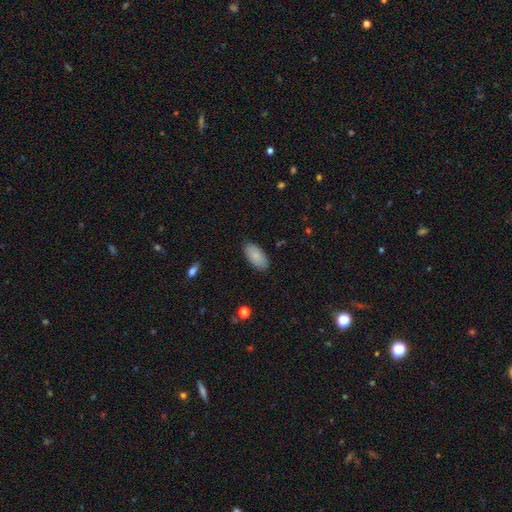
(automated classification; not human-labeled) Q: Smooth or featured?
A: smooth (87%); runner-up: featured or disk (7%)
Q: How rounded?
A: in between (94%); runner-up: cigar-shaped (4%)
Q: Merging?
A: none (86%); runner-up: minor disturbance (11%)